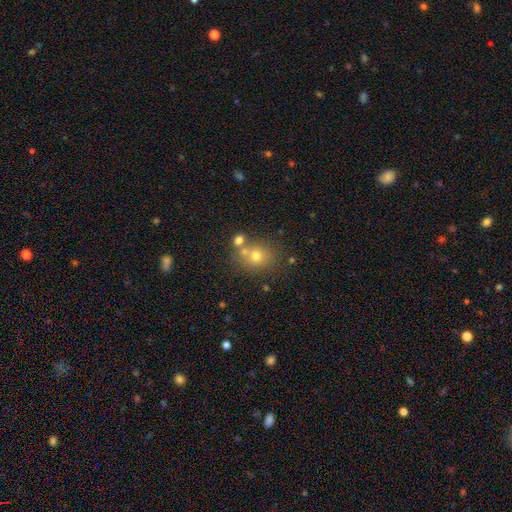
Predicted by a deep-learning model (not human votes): smooth-or-featured: smooth: 64% | star or artifact: 21% | featured or disk: 15%
  how-rounded: round: 77% | in between: 22% | cigar-shaped: 1%
  merging: none: 63% | merger: 23% | minor disturbance: 10% | major disturbance: 4%